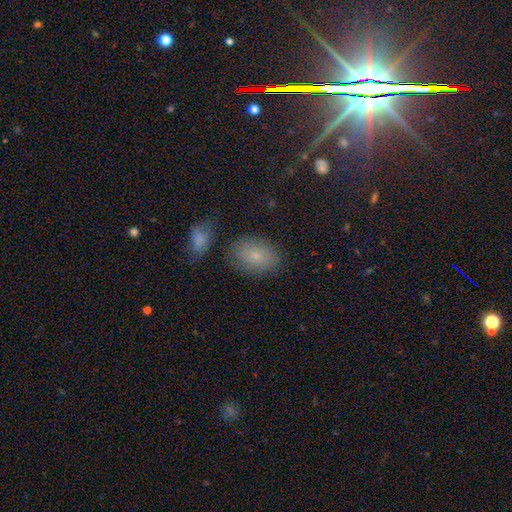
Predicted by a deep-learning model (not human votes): This appears to be a smooth galaxy with no disk features (77%) that is in between round and cigar-shaped (79%). Merging: none (77%).